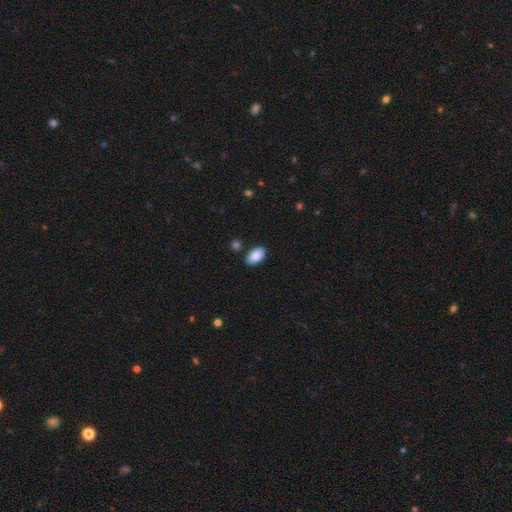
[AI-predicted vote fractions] smooth_or_featured: smooth (p=0.89) [alt: star or artifact p=0.07]
how_rounded: in between (p=0.94) [alt: round p=0.04]
merging: none (p=0.84) [alt: minor disturbance p=0.10]